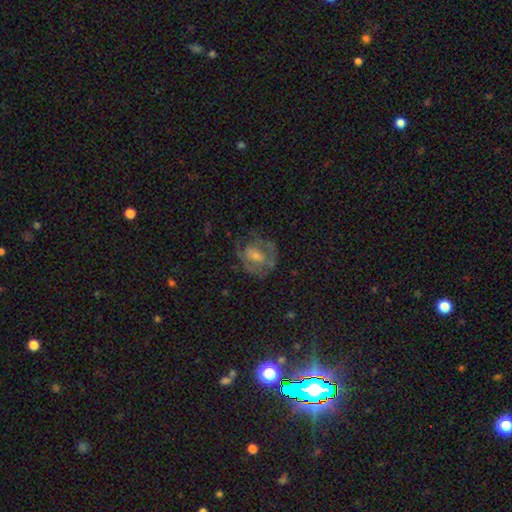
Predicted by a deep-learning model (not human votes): smooth-or-featured: featured or disk: 58% | smooth: 33% | star or artifact: 9%
  disk-edge-on: no: 97% | yes: 3%
    bar: no: 61% | weak: 31% | strong: 8%
    has-spiral-arms: yes: 53% | no: 47%
    bulge-size: small: 55% | moderate: 33% | none: 7% | large: 4% | dominant: 1%
  merging: none: 56% | minor disturbance: 22% | major disturbance: 21% | merger: 2%